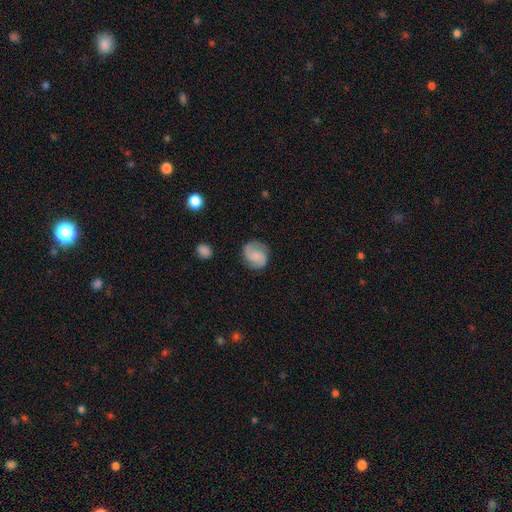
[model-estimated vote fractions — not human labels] Overall: featured or disk (48%; smooth 44%). Merging: none (75%).